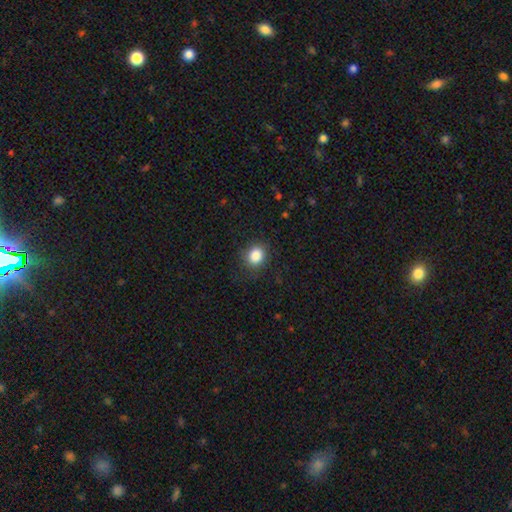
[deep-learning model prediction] Q: Smooth or featured?
A: smooth (86%); runner-up: star or artifact (10%)
Q: How rounded?
A: round (68%); runner-up: in between (31%)
Q: Merging?
A: none (84%); runner-up: minor disturbance (11%)